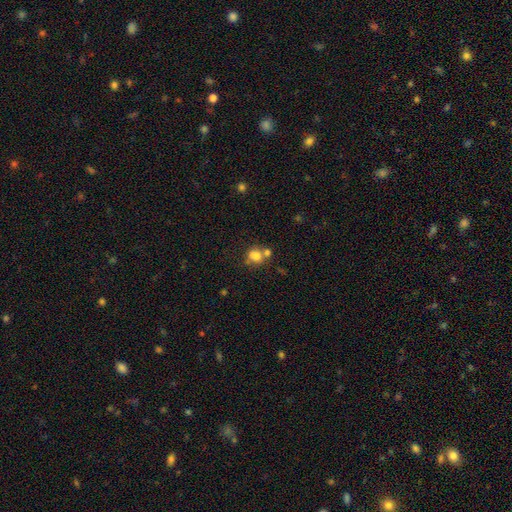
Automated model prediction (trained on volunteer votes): The model was most divided on "merging": merger: 41%, none: 40%, minor disturbance: 13%, major disturbance: 7%. More confident: smooth or featured — smooth (72%); how rounded — round (61%).